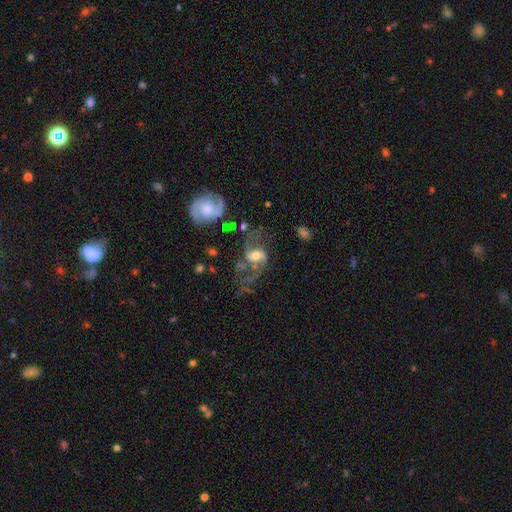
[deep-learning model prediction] Morphology: type=featured or disk (77%); edge-on=no (97%); bar=no (46%); spiral arms=yes (89%); winding=loose (57%); arm count=2 (81%); bulge=moderate (59%); merging=major disturbance (34%).